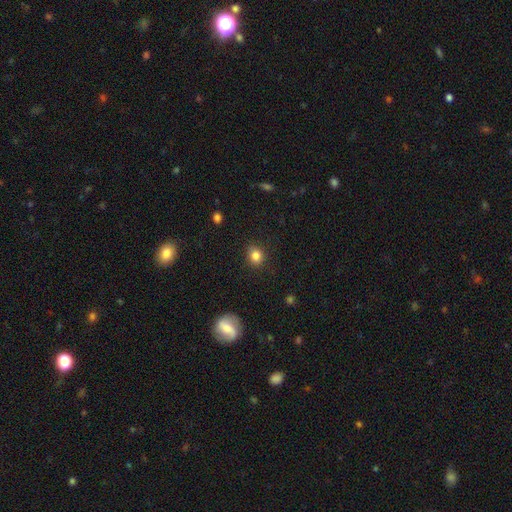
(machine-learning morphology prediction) smooth 84%, star or artifact 11%, featured or disk 5%. Down the decision tree: how rounded — round (75%); merging — none (85%).